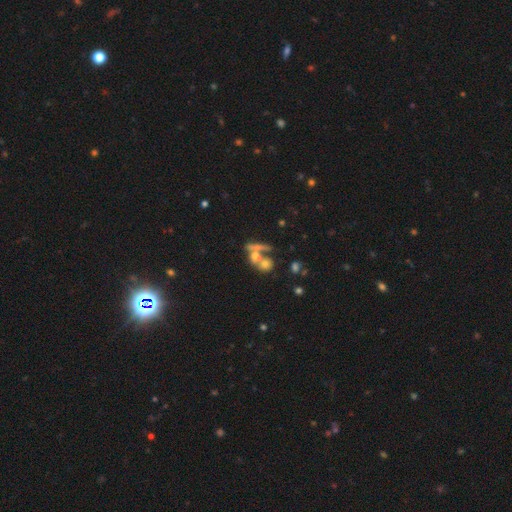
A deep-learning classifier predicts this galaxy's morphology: The model was most divided on "how rounded": round: 47%, in between: 39%, cigar-shaped: 14%. More confident: merging — merger (51%); smooth or featured — smooth (50%).